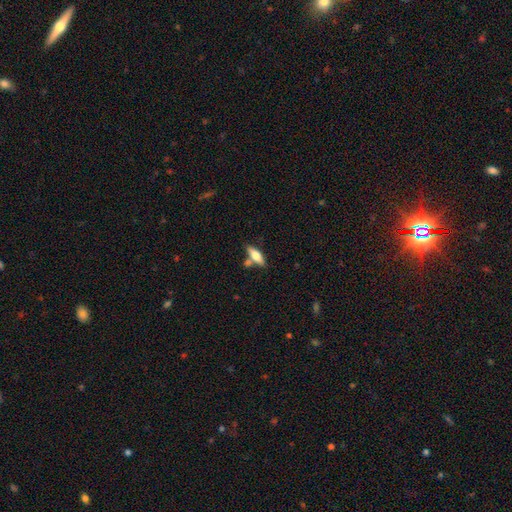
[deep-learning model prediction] Smooth or featured? Predicted: smooth (p=0.58). How rounded? Predicted: in between (p=0.57). Merging? Predicted: none (p=0.66).